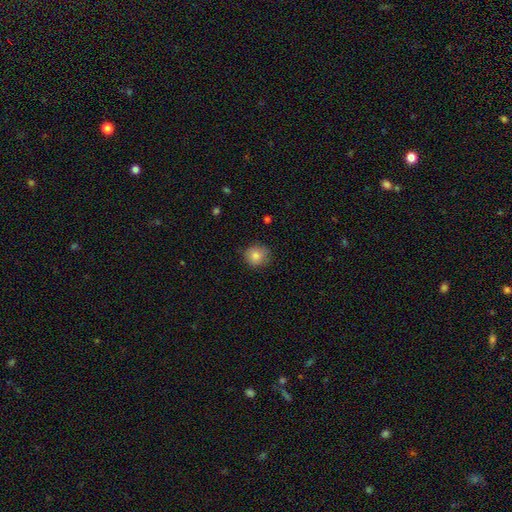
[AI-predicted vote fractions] A smooth galaxy with no disk features (84%) that is round (86%).

Vote fractions:
- Smooth or featured? smooth: 84% / star or artifact: 9% / featured or disk: 7%
- How rounded? round: 86% / in between: 13% / cigar-shaped: 1%
- Merging? none: 80% / minor disturbance: 16% / major disturbance: 3% / merger: 1%